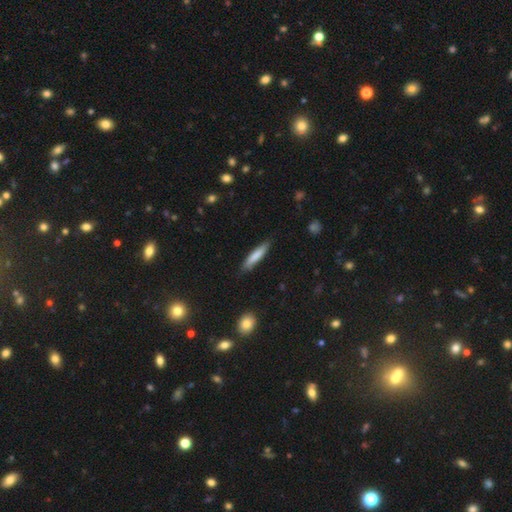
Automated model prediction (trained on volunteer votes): smooth_or_featured: smooth (p=0.78) [alt: featured or disk p=0.17]
how_rounded: cigar-shaped (p=0.88) [alt: in between p=0.11]
merging: none (p=0.83) [alt: minor disturbance p=0.13]